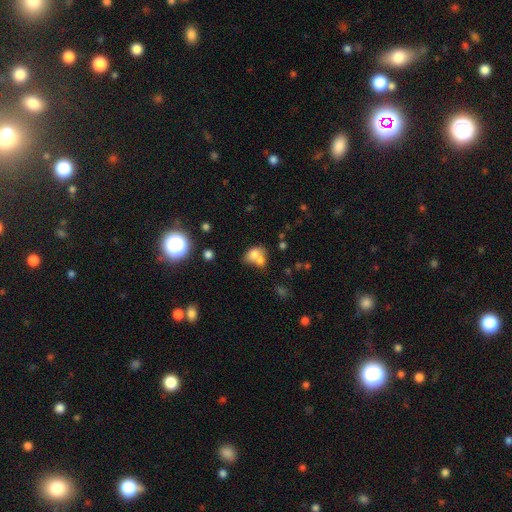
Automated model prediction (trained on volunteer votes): smooth-or-featured: smooth: 72% | featured or disk: 16% | star or artifact: 12%
  how-rounded: in between: 66% | round: 32% | cigar-shaped: 1%
  merging: merger: 58% | none: 26% | minor disturbance: 10% | major disturbance: 6%